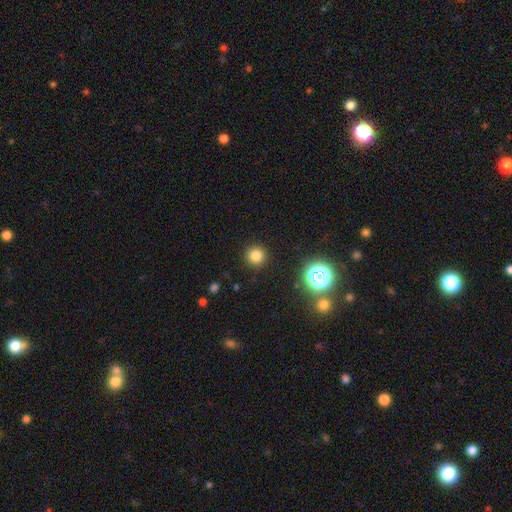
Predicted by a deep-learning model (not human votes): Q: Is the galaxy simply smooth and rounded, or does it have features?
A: smooth — 80%.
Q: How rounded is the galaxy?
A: round — 95%.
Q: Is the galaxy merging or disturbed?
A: none — 91%.